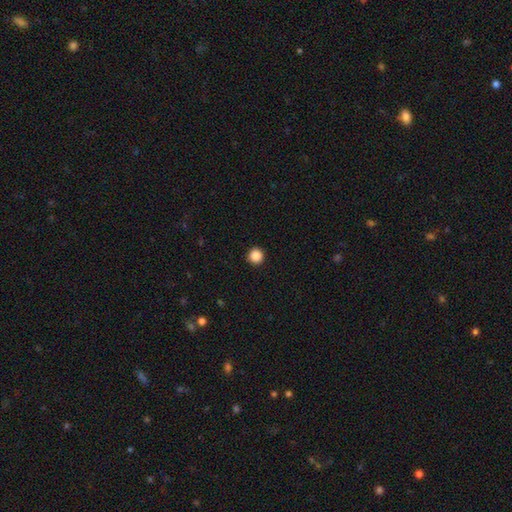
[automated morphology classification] Q: Smooth or featured?
A: smooth (87%); runner-up: star or artifact (10%)
Q: How rounded?
A: round (96%); runner-up: in between (3%)
Q: Merging?
A: none (94%); runner-up: minor disturbance (4%)